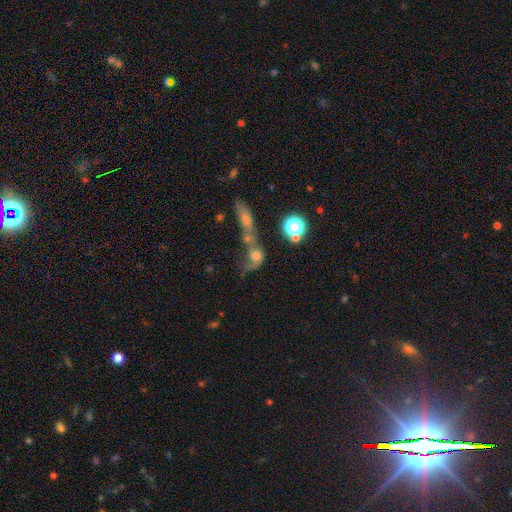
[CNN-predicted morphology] Overall: smooth (52%; featured or disk 31%). How rounded: round (59%; in between 34%). Merging: merger (58%; none 19%).